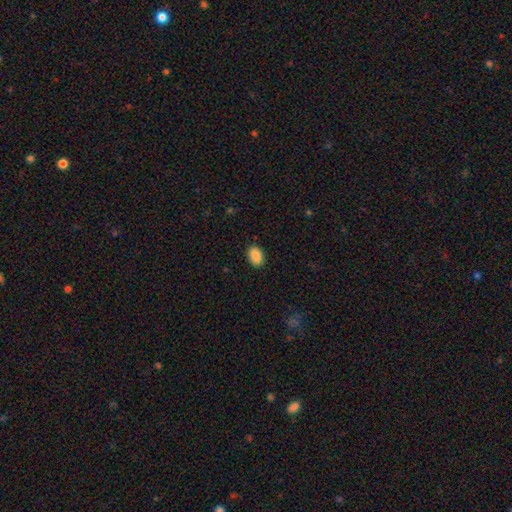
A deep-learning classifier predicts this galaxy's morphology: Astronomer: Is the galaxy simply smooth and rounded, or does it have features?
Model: smooth — 89%.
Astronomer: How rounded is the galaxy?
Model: in between — 86%.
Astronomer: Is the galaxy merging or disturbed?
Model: none — 88%.